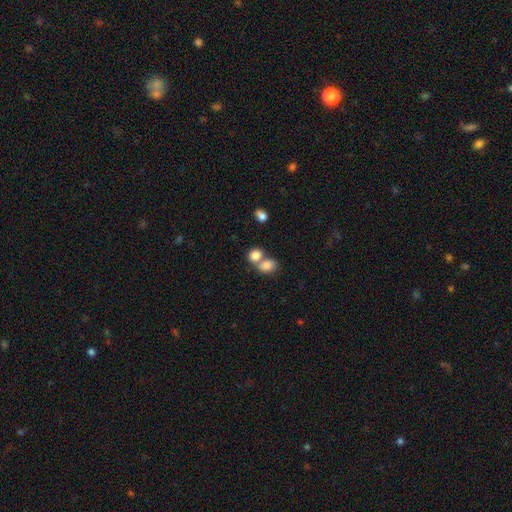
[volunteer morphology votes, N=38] Volunteers were most divided on "how rounded": round: 52%, in between: 48%, cigar-shaped: 0%. More confident: smooth or featured — smooth (76%); merging — merger (66%).